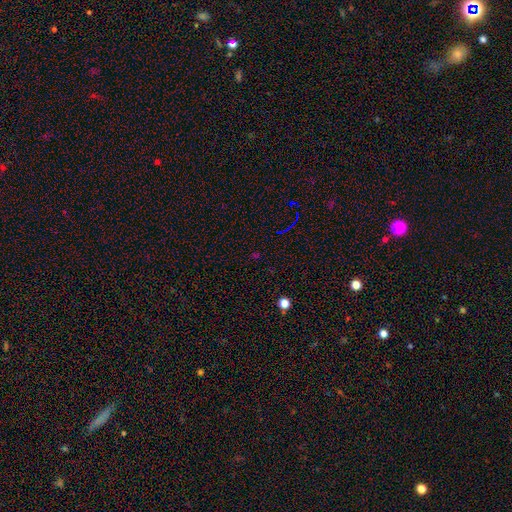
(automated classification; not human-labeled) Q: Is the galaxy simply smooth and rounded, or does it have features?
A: star or artifact — 68%.